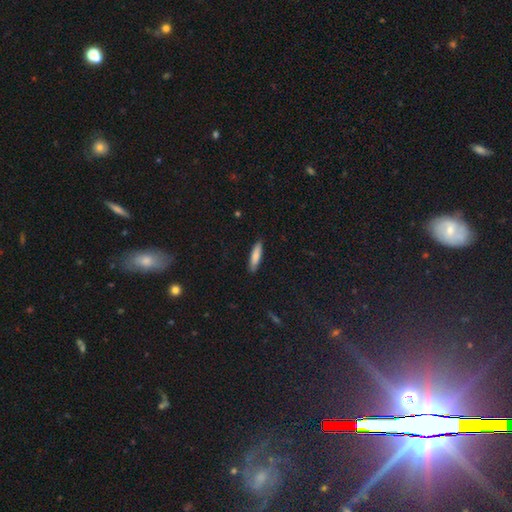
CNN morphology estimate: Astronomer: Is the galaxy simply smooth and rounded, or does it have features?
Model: smooth — 82%.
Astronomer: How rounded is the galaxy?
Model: cigar-shaped — 76%.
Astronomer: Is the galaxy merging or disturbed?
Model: none — 88%.